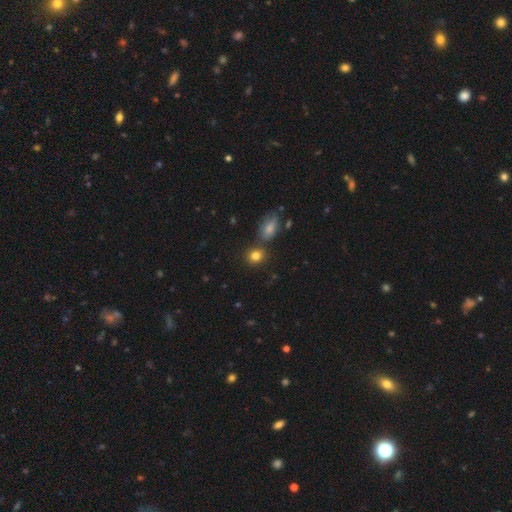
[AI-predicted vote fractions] Smooth or featured? smooth (82%)
How rounded? round (74%)
Merging? none (69%)